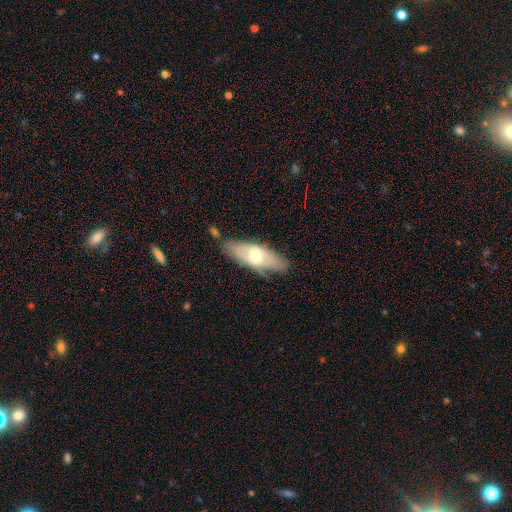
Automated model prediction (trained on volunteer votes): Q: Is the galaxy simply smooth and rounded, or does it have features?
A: featured or disk — 49%.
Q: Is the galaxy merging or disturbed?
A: none — 73%.